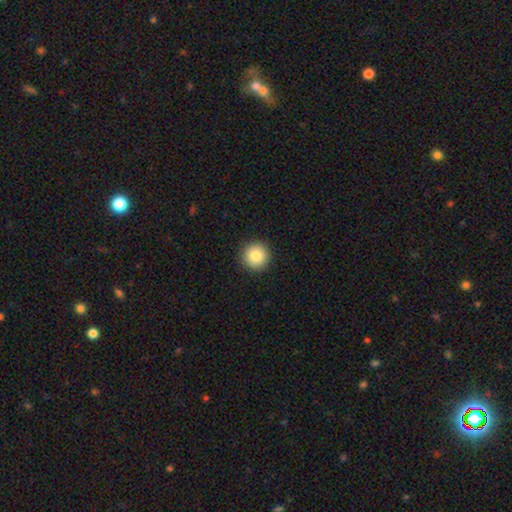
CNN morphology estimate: type=smooth (84%); roundness=round (96%); merging=none (93%).